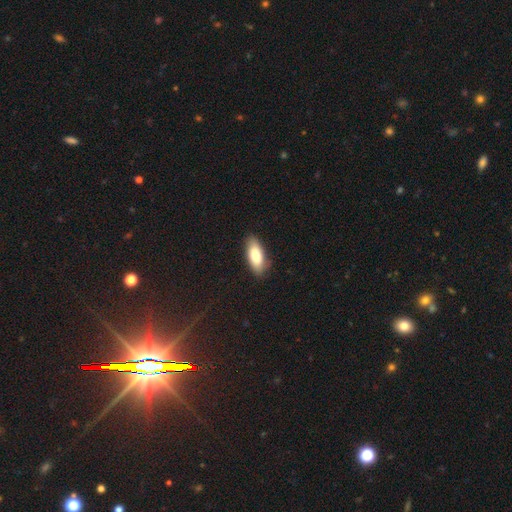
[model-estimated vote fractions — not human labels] Smooth or featured: smooth — 80% (featured or disk — 14%)
How rounded: in between — 81% (cigar-shaped — 17%)
Merging: none — 85% (minor disturbance — 12%)